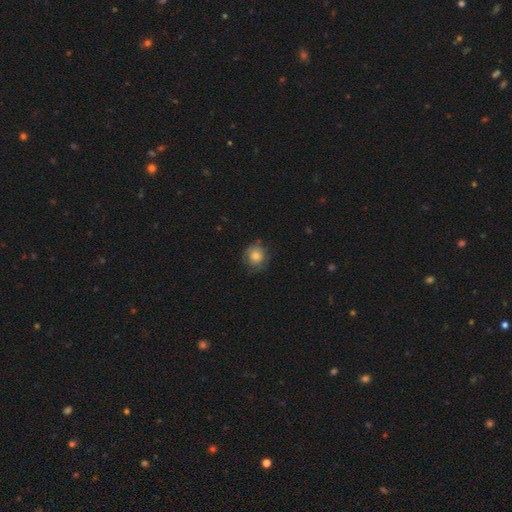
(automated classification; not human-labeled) A smooth galaxy with no disk features (77%) that is round (91%). Merging: none (75%).